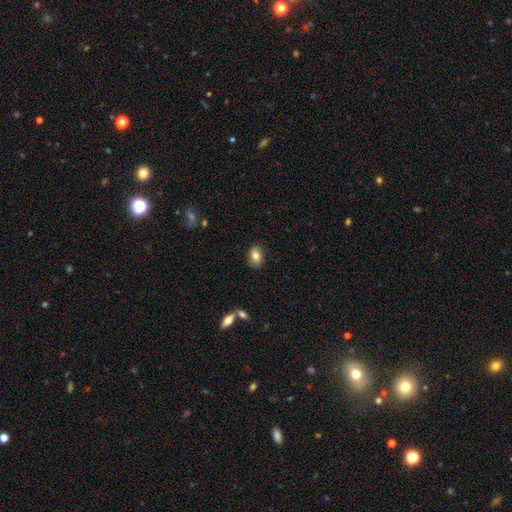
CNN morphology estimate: The model was most divided on "how rounded": in between: 77%, round: 22%, cigar-shaped: 1%. More confident: merging — none (88%); smooth or featured — smooth (82%).